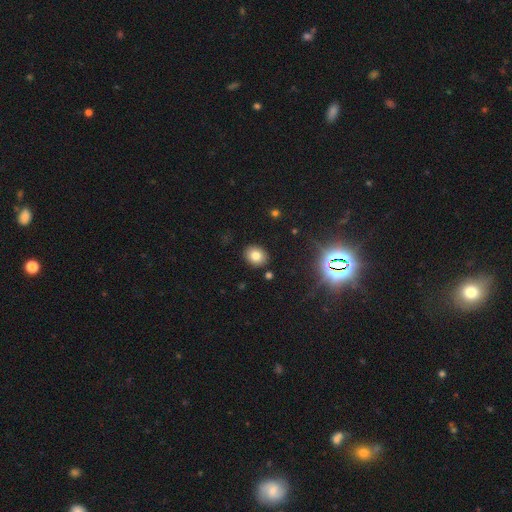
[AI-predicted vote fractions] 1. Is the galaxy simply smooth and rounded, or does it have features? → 78% smooth, 13% star or artifact, 9% featured or disk.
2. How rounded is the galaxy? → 53% round, 46% in between, 1% cigar-shaped.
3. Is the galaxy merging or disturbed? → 89% none, 7% minor disturbance, 2% major disturbance, 2% merger.